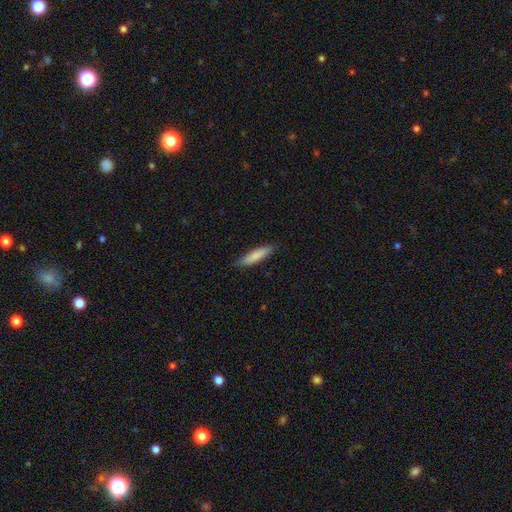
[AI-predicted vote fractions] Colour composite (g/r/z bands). It shows a smooth galaxy with no disk features (83%) that is cigar-shaped (78%). Merging: none (86%).